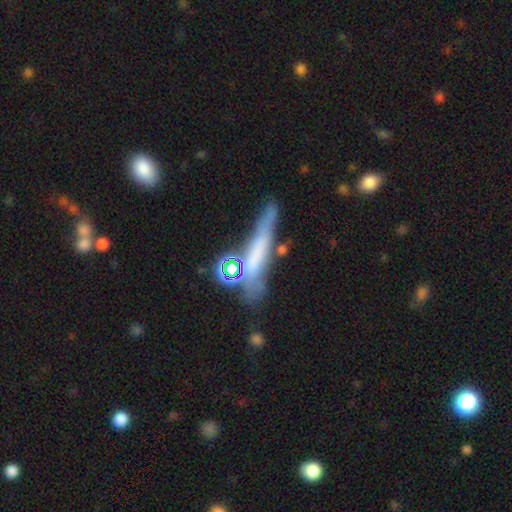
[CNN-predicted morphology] smooth-or-featured: smooth: 50% | featured or disk: 38% | star or artifact: 13%
  merging: none: 56% | minor disturbance: 22% | merger: 12% | major disturbance: 11%